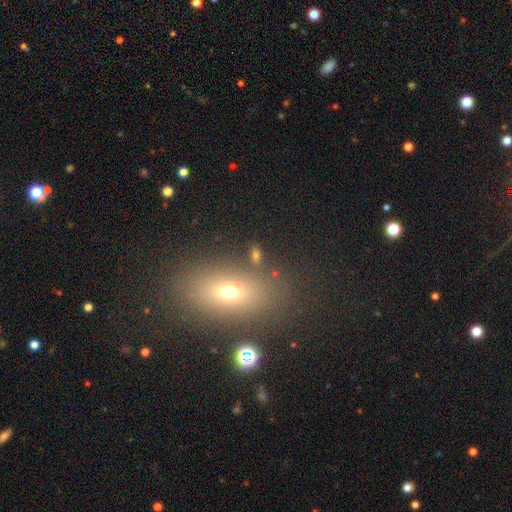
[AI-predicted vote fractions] Smooth or featured: smooth — 63% (star or artifact — 21%)
How rounded: in between — 75% (round — 19%)
Merging: none — 77% (minor disturbance — 11%)